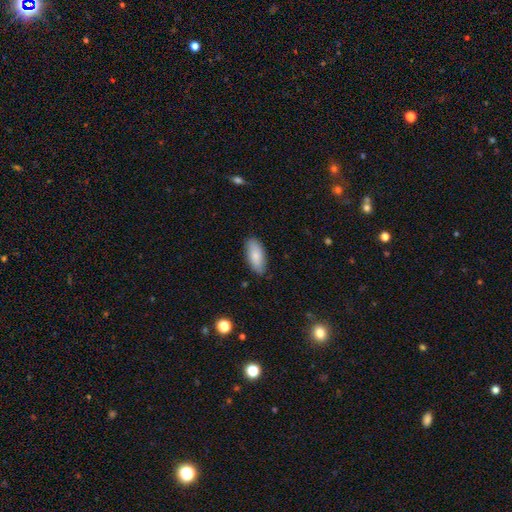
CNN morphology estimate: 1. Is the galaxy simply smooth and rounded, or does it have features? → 83% smooth, 11% featured or disk, 6% star or artifact.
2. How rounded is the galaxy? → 85% in between, 13% cigar-shaped, 2% round.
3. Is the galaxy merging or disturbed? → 84% none, 12% minor disturbance, 2% major disturbance, 1% merger.